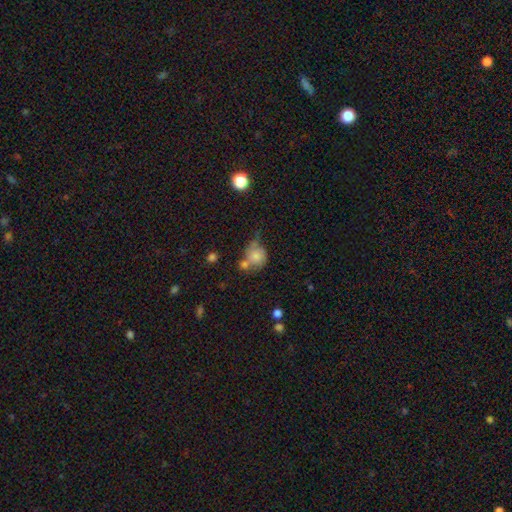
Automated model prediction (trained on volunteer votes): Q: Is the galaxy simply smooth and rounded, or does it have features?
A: smooth — 72%.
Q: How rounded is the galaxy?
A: round — 77%.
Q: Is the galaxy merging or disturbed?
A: none — 37%.